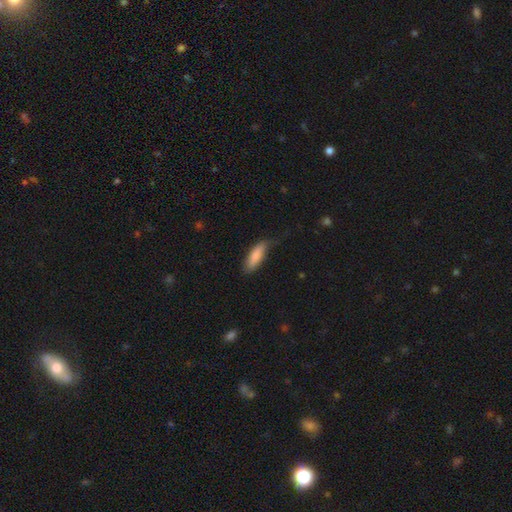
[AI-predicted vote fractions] A smooth galaxy with no disk features (83%) that is in between round and cigar-shaped (58%).

Vote fractions:
- Smooth or featured? smooth: 83% / featured or disk: 12% / star or artifact: 5%
- How rounded? in between: 58% / cigar-shaped: 40% / round: 2%
- Merging? none: 58% / minor disturbance: 31% / major disturbance: 9% / merger: 2%